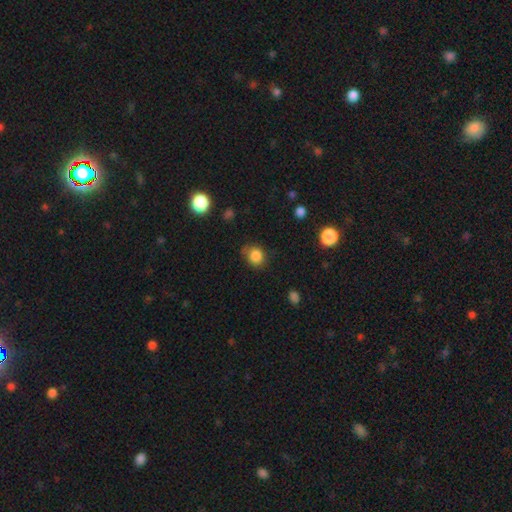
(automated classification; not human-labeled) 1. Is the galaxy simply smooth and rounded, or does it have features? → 84% smooth, 10% star or artifact, 5% featured or disk.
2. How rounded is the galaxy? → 70% round, 29% in between, 1% cigar-shaped.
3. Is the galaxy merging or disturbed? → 70% none, 23% minor disturbance, 6% major disturbance, 2% merger.